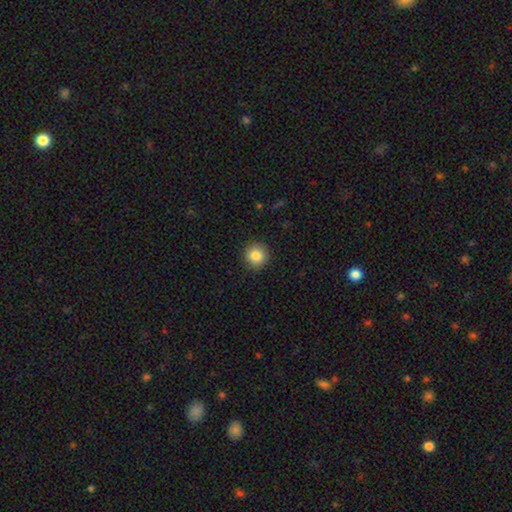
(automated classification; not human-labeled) Smooth or featured: smooth — 85% (star or artifact — 10%)
How rounded: round — 94% (in between — 5%)
Merging: none — 91% (minor disturbance — 6%)